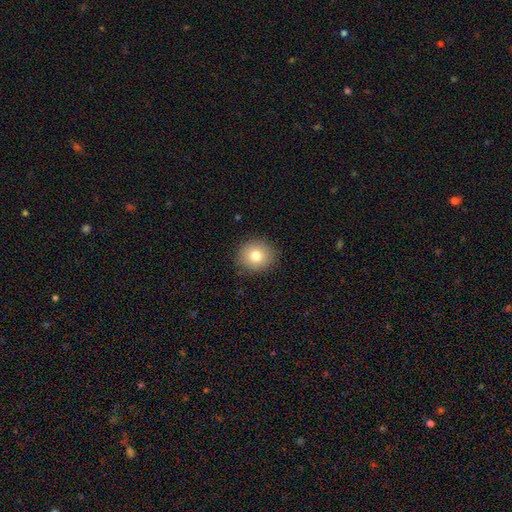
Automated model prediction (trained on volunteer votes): This appears to be a smooth galaxy with no disk features (79%) that is round (86%). Merging: none (88%).